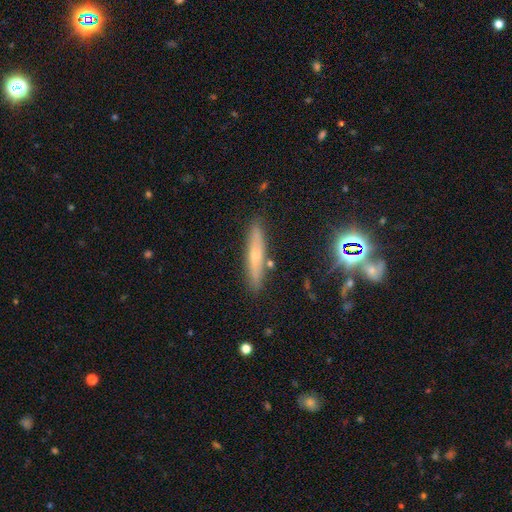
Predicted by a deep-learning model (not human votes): This appears to be a smooth galaxy with no disk features (47%). Merging: none (85%).